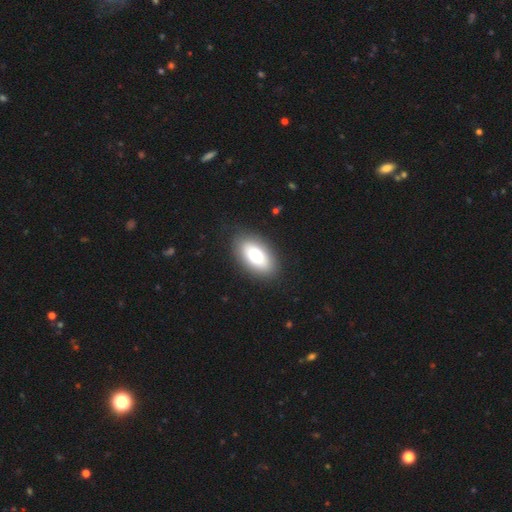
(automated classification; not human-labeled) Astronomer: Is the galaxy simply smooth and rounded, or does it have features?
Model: smooth — 73%.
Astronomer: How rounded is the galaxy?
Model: in between — 92%.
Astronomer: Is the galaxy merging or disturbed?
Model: none — 87%.